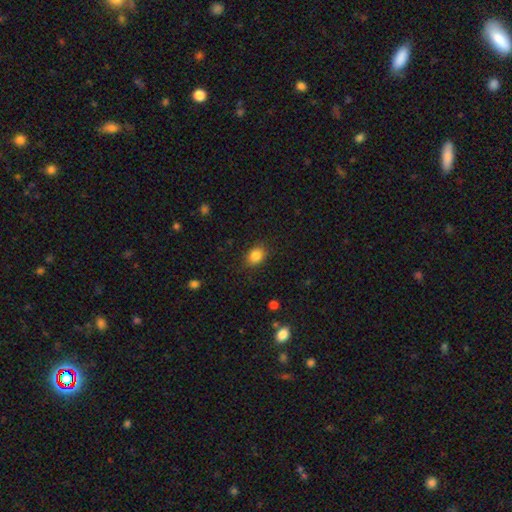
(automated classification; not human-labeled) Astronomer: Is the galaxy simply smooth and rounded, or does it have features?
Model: smooth — 84%.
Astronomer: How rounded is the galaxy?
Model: in between — 52% (runner-up: round, 47%).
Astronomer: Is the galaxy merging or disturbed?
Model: none — 85%.